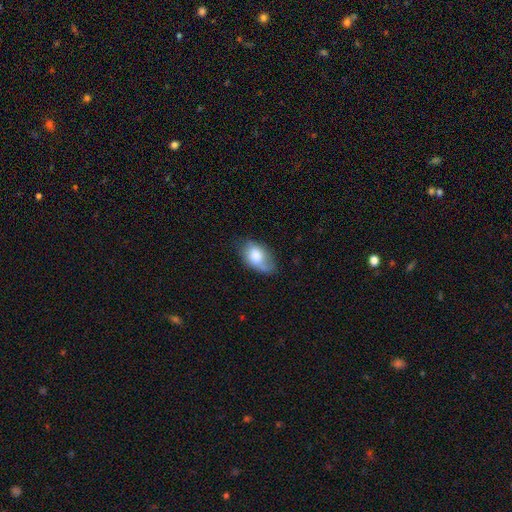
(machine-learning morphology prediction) Smooth or featured: smooth — 75% (featured or disk — 18%)
How rounded: in between — 91% (round — 7%)
Merging: none — 47% (minor disturbance — 38%)